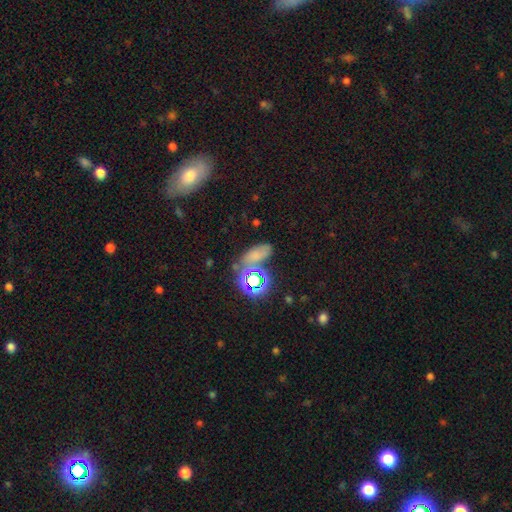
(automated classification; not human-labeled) A smooth galaxy with no disk features (55%) that is in between round and cigar-shaped (77%).

Vote fractions:
- Smooth or featured? smooth: 55% / star or artifact: 33% / featured or disk: 12%
- How rounded? in between: 77% / round: 16% / cigar-shaped: 7%
- Merging? none: 52% / merger: 20% / minor disturbance: 18% / major disturbance: 10%